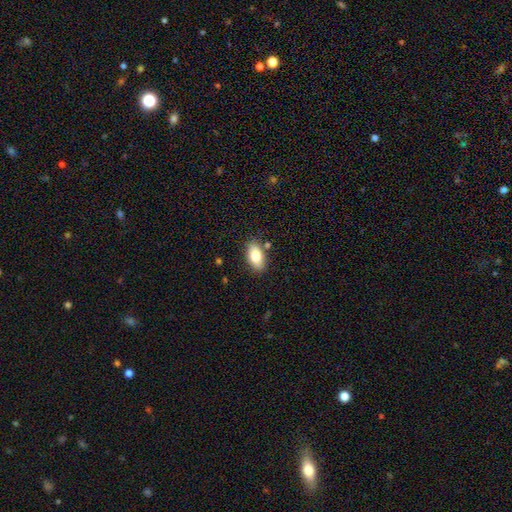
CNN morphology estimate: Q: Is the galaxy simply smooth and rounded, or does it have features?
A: smooth — 79%.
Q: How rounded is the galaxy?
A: in between — 90%.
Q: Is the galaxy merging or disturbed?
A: none — 82%.